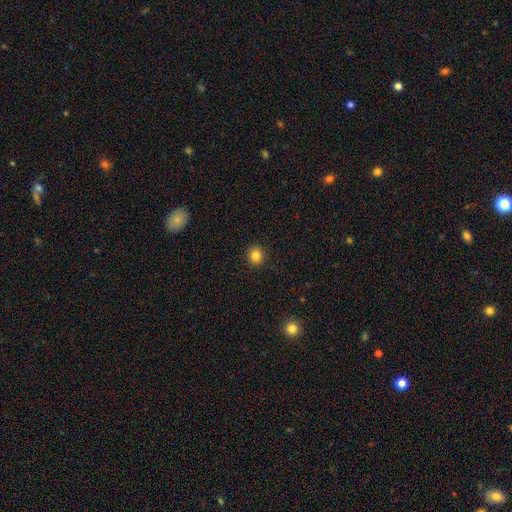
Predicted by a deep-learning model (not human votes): Q: Smooth or featured?
A: smooth (83%); runner-up: star or artifact (12%)
Q: How rounded?
A: round (89%); runner-up: in between (10%)
Q: Merging?
A: none (92%); runner-up: minor disturbance (5%)